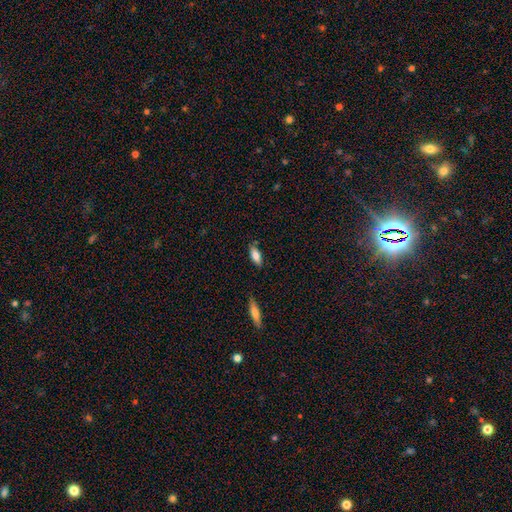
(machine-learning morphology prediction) This appears to be a smooth galaxy with no disk features (78%) that is in between round and cigar-shaped (76%). Merging: none (80%).